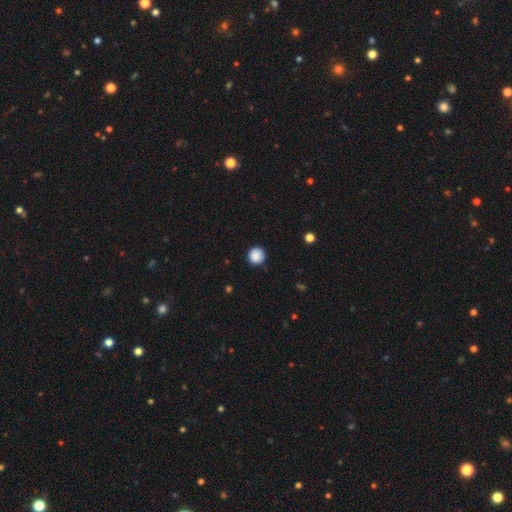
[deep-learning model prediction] Overall: smooth (88%). How rounded: round (95%). Merging: none (90%).